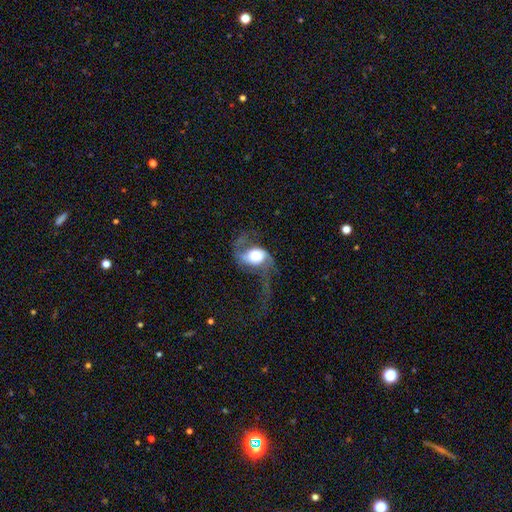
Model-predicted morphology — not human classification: Q: Smooth or featured?
A: featured or disk (70%); runner-up: smooth (23%)
Q: Edge-on disk?
A: no (96%); runner-up: yes (4%)
Q: Bar?
A: no (63%); runner-up: weak (26%)
Q: Spiral arms?
A: yes (88%); runner-up: no (12%)
Q: Spiral winding?
A: loose (71%); runner-up: medium (23%)
Q: Spiral arm count?
A: 2 (83%); runner-up: 1 (10%)
Q: Bulge size?
A: large (42%); runner-up: moderate (33%)
Q: Merging?
A: major disturbance (49%); runner-up: none (32%)